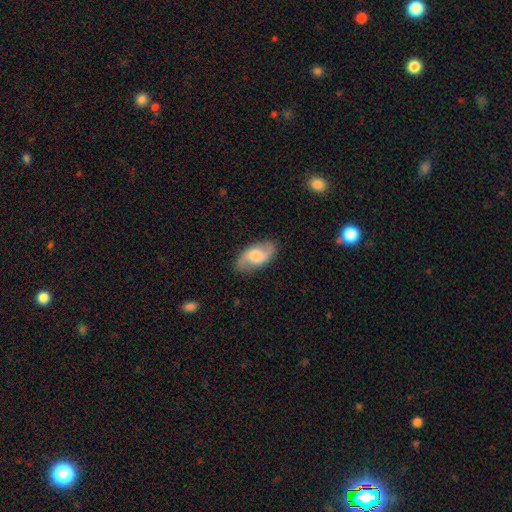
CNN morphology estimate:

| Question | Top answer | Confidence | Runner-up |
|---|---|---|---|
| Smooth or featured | featured or disk | 58% | smooth (35%) |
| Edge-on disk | no | 93% | yes (7%) |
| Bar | no | 48% | weak (42%) |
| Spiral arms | yes | 88% | no (12%) |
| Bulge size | moderate | 44% | large (27%) |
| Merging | none | 83% | minor disturbance (12%) |